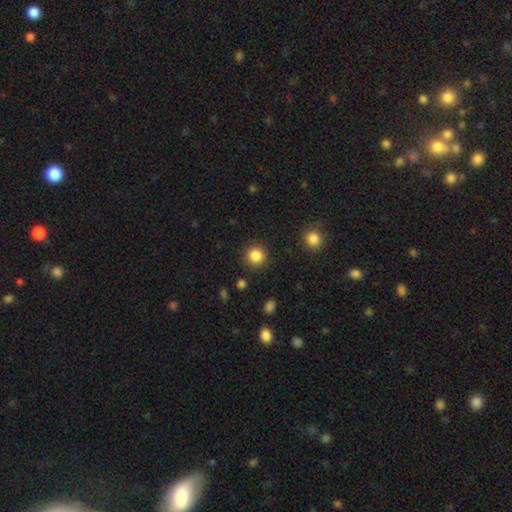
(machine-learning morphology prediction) The model was most divided on "smooth or featured": smooth: 85%, star or artifact: 10%, featured or disk: 4%. More confident: how rounded — round (93%); merging — none (90%).